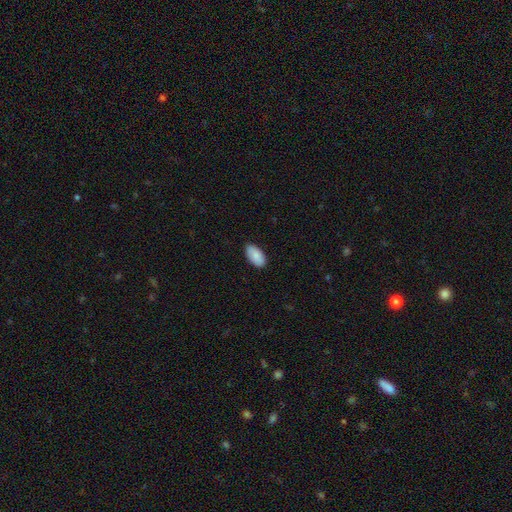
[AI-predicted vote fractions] Smooth or featured?
  - smooth: 88% *
  - featured or disk: 7%
  - star or artifact: 6%
How rounded?
  - in between: 95% *
  - cigar-shaped: 2%
  - round: 2%
Merging?
  - none: 86% *
  - minor disturbance: 11%
  - major disturbance: 2%
  - merger: 1%